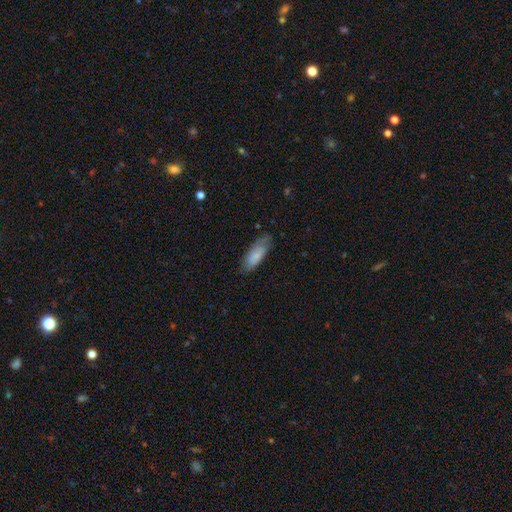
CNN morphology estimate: Smooth or featured? smooth (78%)
How rounded? in between (69%)
Merging? none (70%)